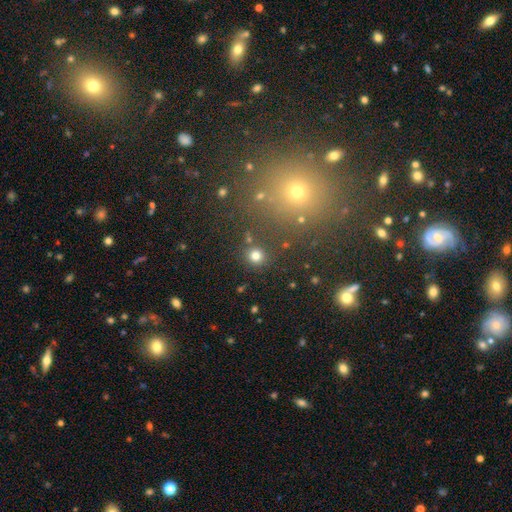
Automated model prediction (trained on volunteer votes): Morphology: type=smooth (78%); roundness=round (92%); merging=none (86%).